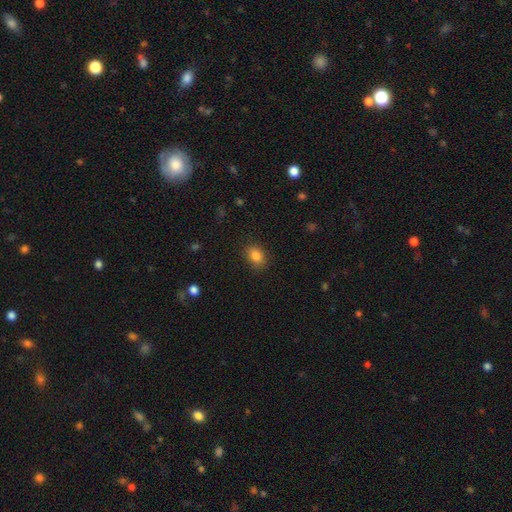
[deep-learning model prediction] Overall: smooth (84%). How rounded: in between (68%; round 31%). Merging: none (87%).